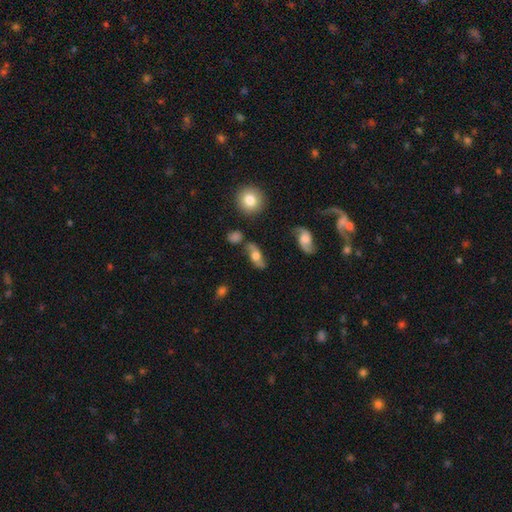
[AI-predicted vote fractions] Smooth or featured? Predicted: featured or disk (p=0.53). Edge-on disk? Predicted: no (p=0.71). Merging? Predicted: none (p=0.69).